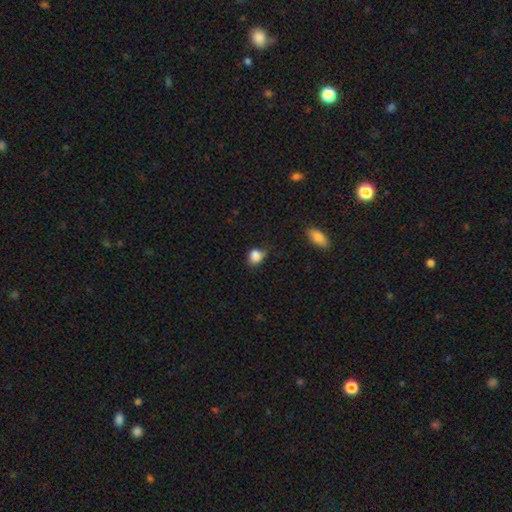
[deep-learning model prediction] Overall: smooth (85%). How rounded: round (50%; in between 49%). Merging: none (52%; minor disturbance 34%).